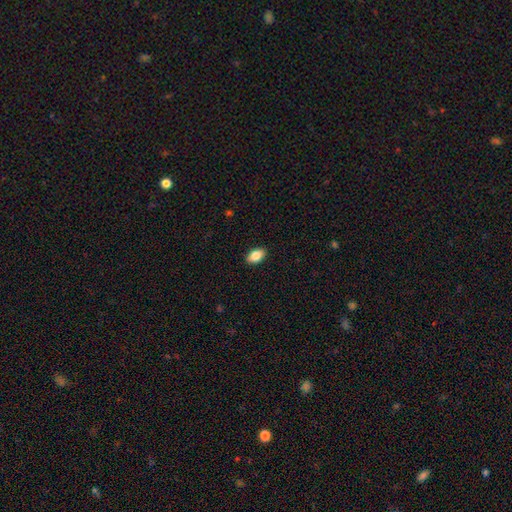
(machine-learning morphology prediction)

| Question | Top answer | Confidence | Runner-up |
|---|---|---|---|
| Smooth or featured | smooth | 85% | featured or disk (8%) |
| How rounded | in between | 92% | round (7%) |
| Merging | none | 90% | minor disturbance (8%) |